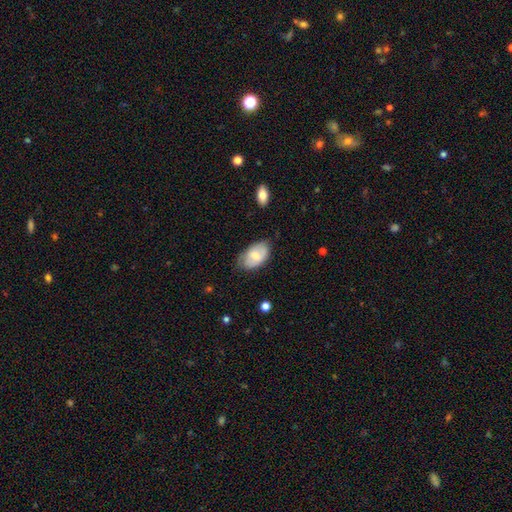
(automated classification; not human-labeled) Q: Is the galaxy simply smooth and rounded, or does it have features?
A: smooth — 68%.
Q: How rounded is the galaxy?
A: in between — 93%.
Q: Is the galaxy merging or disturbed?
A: none — 65%.